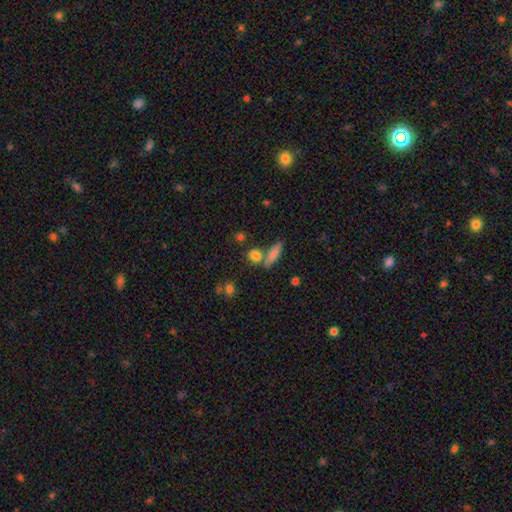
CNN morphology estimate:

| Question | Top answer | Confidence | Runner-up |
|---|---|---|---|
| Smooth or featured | smooth | 81% | star or artifact (11%) |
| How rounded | round | 47% | in between (35%) |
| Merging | none | 64% | merger (22%) |